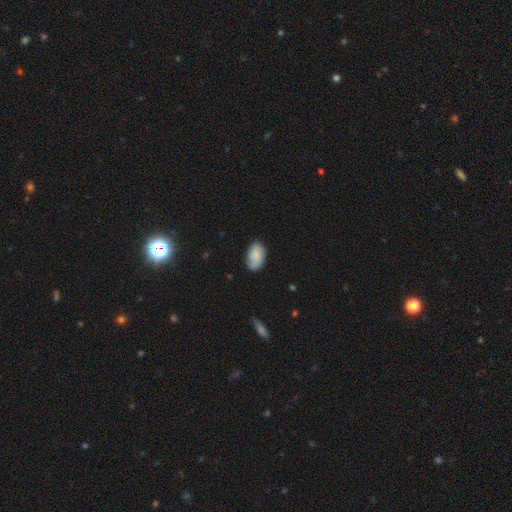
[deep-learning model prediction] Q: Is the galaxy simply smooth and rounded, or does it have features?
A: smooth — 75%.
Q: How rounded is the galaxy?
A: in between — 92%.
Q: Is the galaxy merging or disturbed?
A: none — 69%.